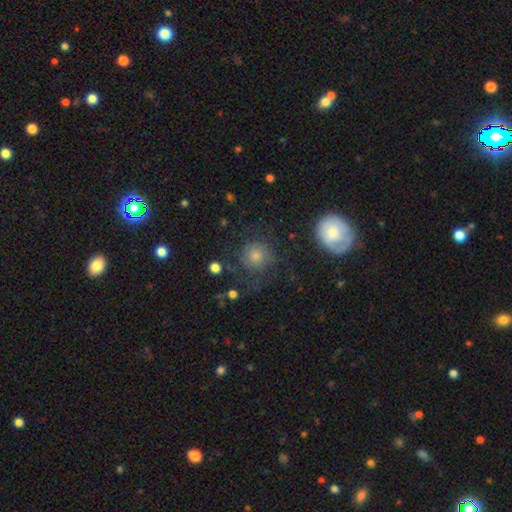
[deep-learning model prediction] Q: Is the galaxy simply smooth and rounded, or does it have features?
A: smooth — 59%.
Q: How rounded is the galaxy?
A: round — 90%.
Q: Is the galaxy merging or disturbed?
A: none — 69%.